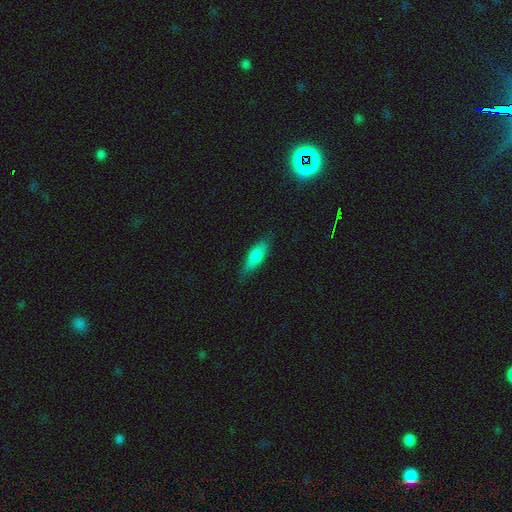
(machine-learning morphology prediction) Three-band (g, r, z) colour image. It shows a smooth galaxy with no disk features (80%) that is in between round and cigar-shaped (61%). Merging: none (76%).